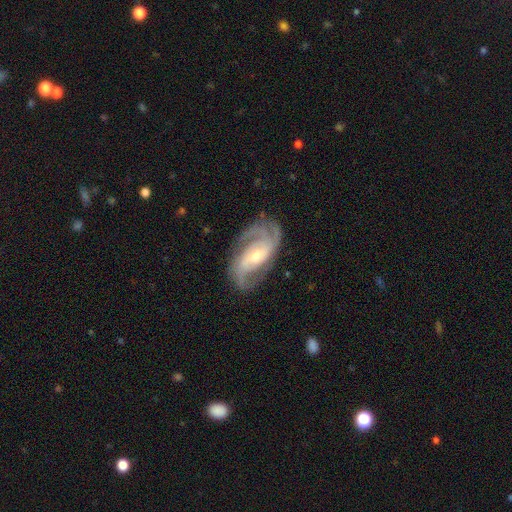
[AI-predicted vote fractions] Smooth or featured: featured or disk — 90% (smooth — 6%)
Edge-on disk: no — 96% (yes — 4%)
Bar: weak — 42% (no — 37%)
Spiral arms: yes — 98% (no — 2%)
Spiral winding: medium — 46% (tight — 41%)
Spiral arm count: 2 — 40% (3 — 34%)
Bulge size: moderate — 54% (small — 42%)
Merging: none — 76% (minor disturbance — 16%)